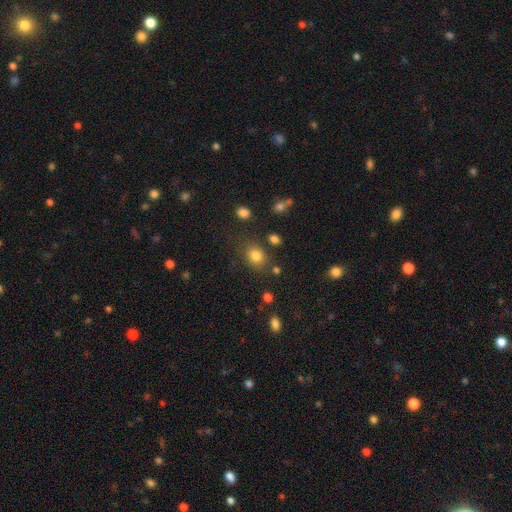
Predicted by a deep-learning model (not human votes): Morphology: type=smooth (81%); roundness=in between (54%); merging=none (75%).